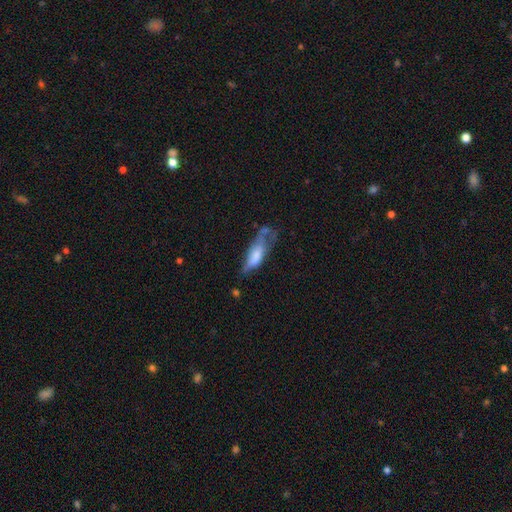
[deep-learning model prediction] The model was most divided on "merging": major disturbance: 38%, minor disturbance: 29%, none: 23%, merger: 10%. More confident: how rounded — in between (64%); smooth or featured — smooth (59%).